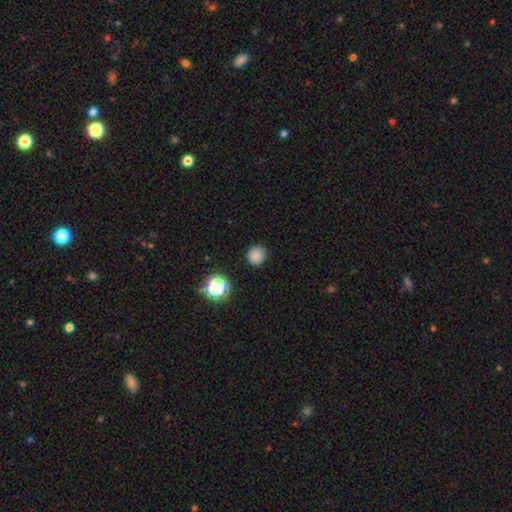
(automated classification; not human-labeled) Overall: smooth (82%). How rounded: round (93%). Merging: none (89%).